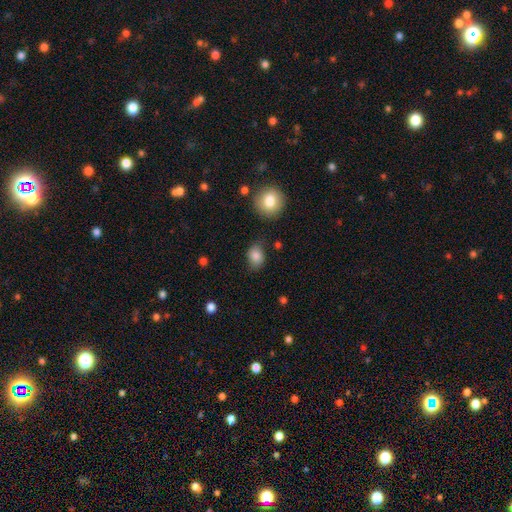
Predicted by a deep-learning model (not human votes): Smooth or featured? Predicted: smooth (p=0.84). How rounded? Predicted: in between (p=0.61). Merging? Predicted: none (p=0.73).